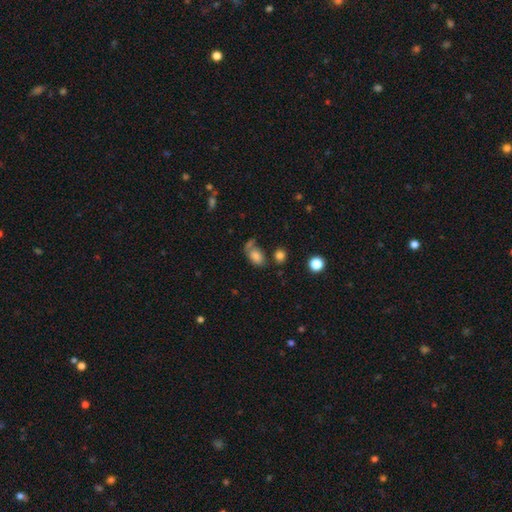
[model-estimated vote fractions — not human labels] smooth-or-featured: smooth: 77% | featured or disk: 11% | star or artifact: 11%
  how-rounded: in between: 82% | round: 17% | cigar-shaped: 2%
  merging: none: 46% | minor disturbance: 20% | merger: 19% | major disturbance: 15%